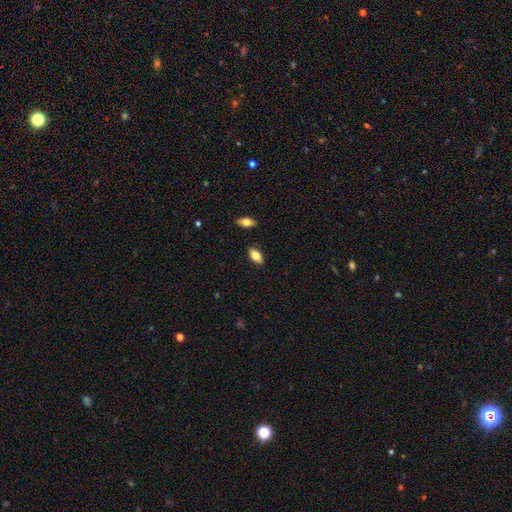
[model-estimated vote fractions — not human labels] smooth-or-featured: smooth: 76% | featured or disk: 17% | star or artifact: 7%
  how-rounded: in between: 90% | cigar-shaped: 6% | round: 3%
  merging: none: 87% | minor disturbance: 9% | major disturbance: 2% | merger: 2%